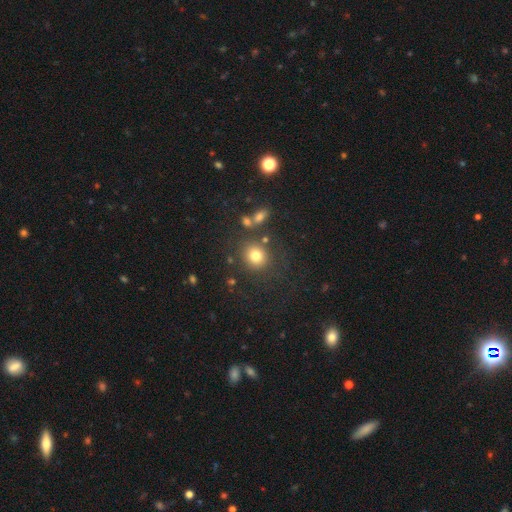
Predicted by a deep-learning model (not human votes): Q: Smooth or featured?
A: smooth (78%); runner-up: star or artifact (14%)
Q: How rounded?
A: round (81%); runner-up: in between (18%)
Q: Merging?
A: none (78%); runner-up: minor disturbance (10%)